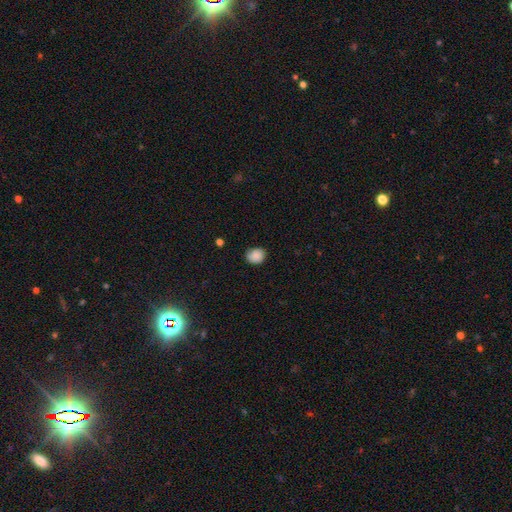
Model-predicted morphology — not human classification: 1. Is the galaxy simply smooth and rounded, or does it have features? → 87% smooth, 9% star or artifact, 4% featured or disk.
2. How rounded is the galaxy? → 65% round, 34% in between, 1% cigar-shaped.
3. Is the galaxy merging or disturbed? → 76% none, 19% minor disturbance, 4% major disturbance, 1% merger.